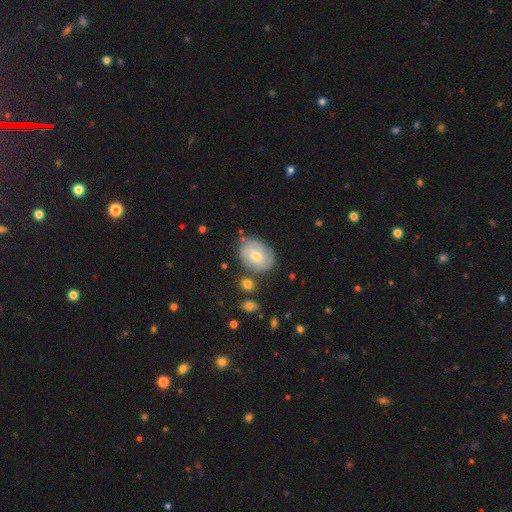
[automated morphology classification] Smooth or featured? featured or disk (53%)
Edge-on disk? no (96%)
Bar? no (60%)
Spiral arms? yes (73%)
Bulge size? moderate (55%)
Merging? none (71%)